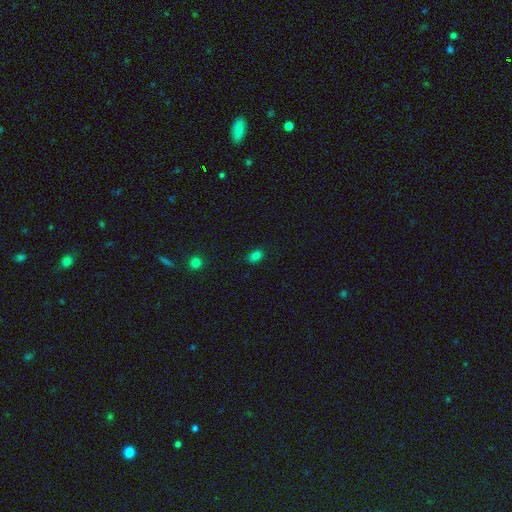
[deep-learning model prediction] A smooth galaxy with no disk features (80%) that is in between round and cigar-shaped (83%). Merging: none (84%).